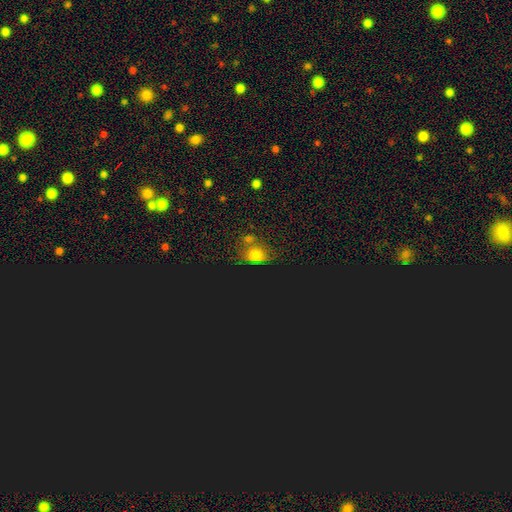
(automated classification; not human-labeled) smooth_or_featured: smooth (p=0.45) [alt: star or artifact p=0.43]
merging: none (p=0.52) [alt: minor disturbance p=0.19]